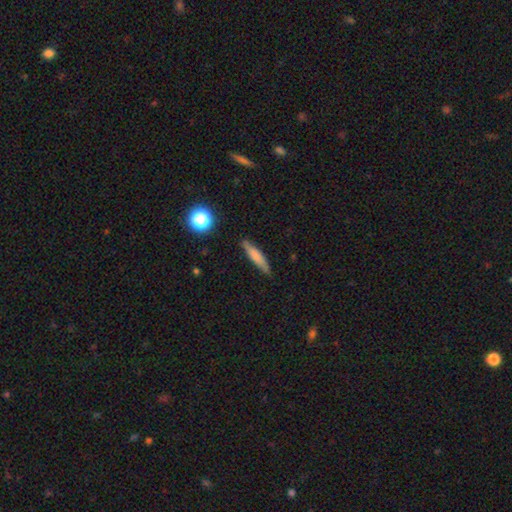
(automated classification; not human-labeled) smooth 69%, featured or disk 23%, star or artifact 8%. Down the decision tree: how rounded — cigar-shaped (86%); merging — none (84%).